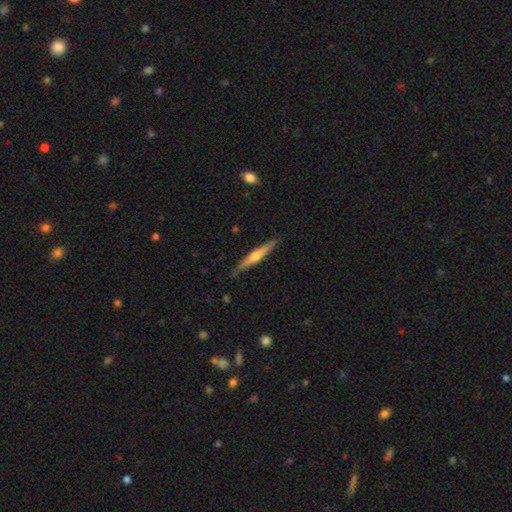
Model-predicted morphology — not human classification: smooth_or_featured: featured or disk (p=0.61) [alt: smooth p=0.34]
disk_edge_on: yes (p=0.97) [alt: no p=0.03]
edge_on_bulge: rounded (p=0.84) [alt: none p=0.11]
merging: none (p=0.87) [alt: minor disturbance p=0.10]